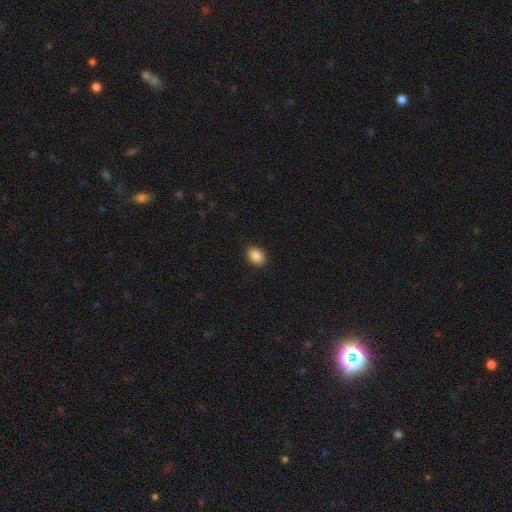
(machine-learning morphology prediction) Q: Smooth or featured?
A: smooth (88%); runner-up: star or artifact (8%)
Q: How rounded?
A: in between (74%); runner-up: round (25%)
Q: Merging?
A: none (90%); runner-up: minor disturbance (7%)